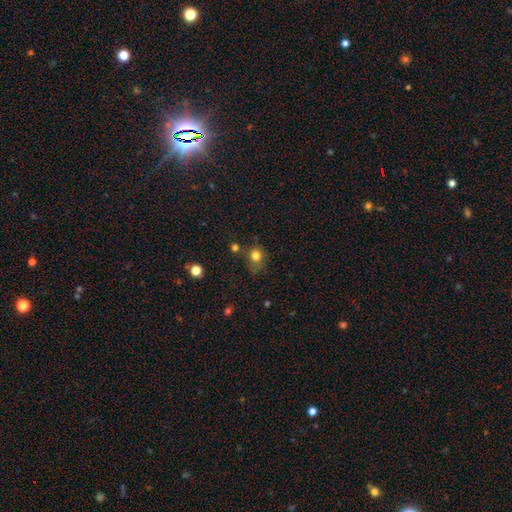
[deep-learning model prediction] This appears to be a smooth galaxy with no disk features (77%) that is round (74%). Merging: none (56%).